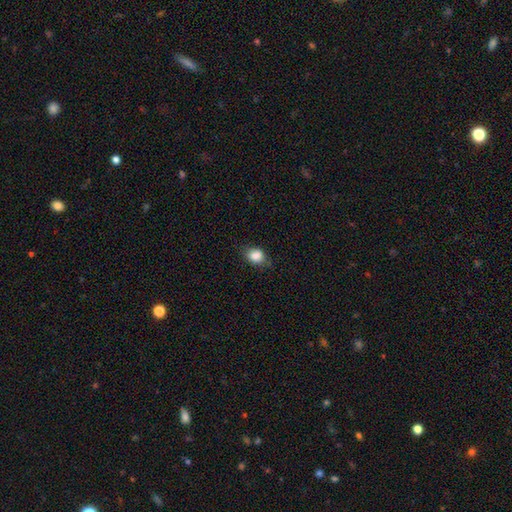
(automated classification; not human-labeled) Morphology: type=smooth (82%); roundness=in between (57%); merging=none (64%).